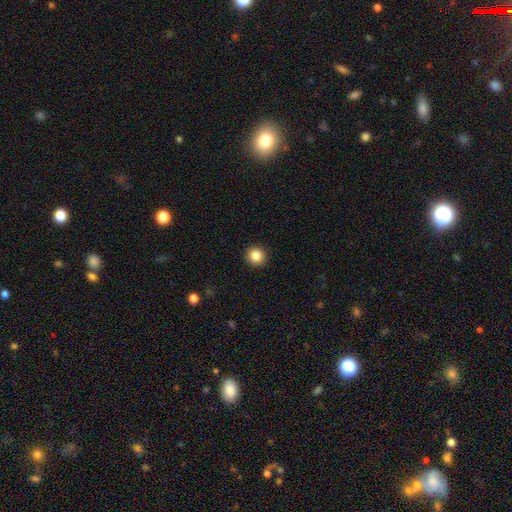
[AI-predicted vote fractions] Smooth or featured? smooth (85%)
How rounded? round (93%)
Merging? none (93%)